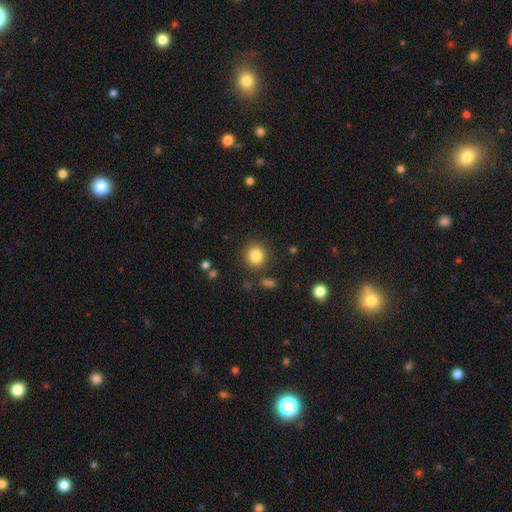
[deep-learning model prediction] smooth 84%, star or artifact 10%, featured or disk 6%. Down the decision tree: how rounded — round (86%); merging — none (87%).